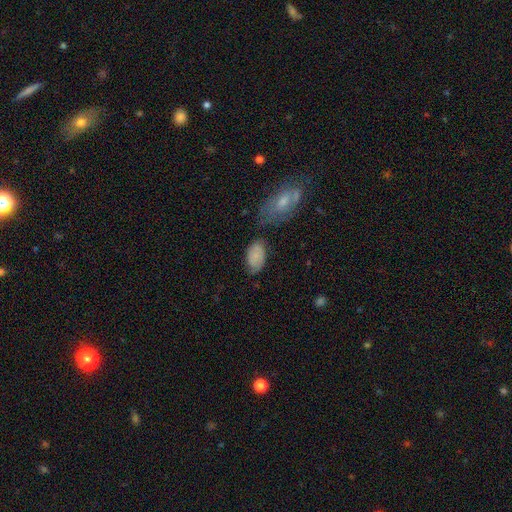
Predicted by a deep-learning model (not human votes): This is likely a smooth galaxy (73%). How rounded: clearly in between (92%). Merging: possibly none (58%).